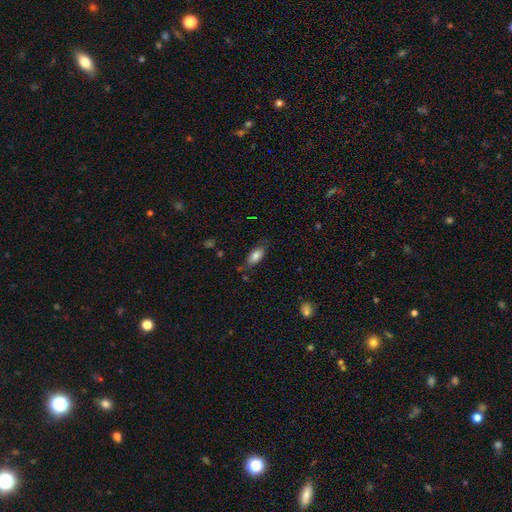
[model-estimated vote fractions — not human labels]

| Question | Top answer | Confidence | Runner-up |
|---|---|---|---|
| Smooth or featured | smooth | 80% | featured or disk (12%) |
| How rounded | in between | 85% | cigar-shaped (13%) |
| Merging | none | 71% | minor disturbance (21%) |